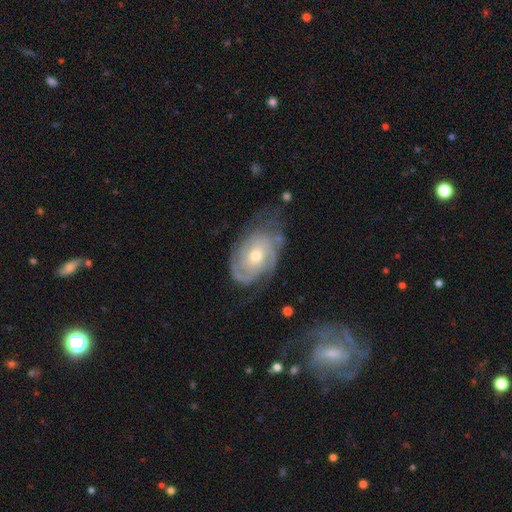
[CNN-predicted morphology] This appears to be a featured or disk galaxy (79%) with no bar (74%), tight (63%) spiral arms (90%) and a moderate central bulge (51%). Merging: none (56%).